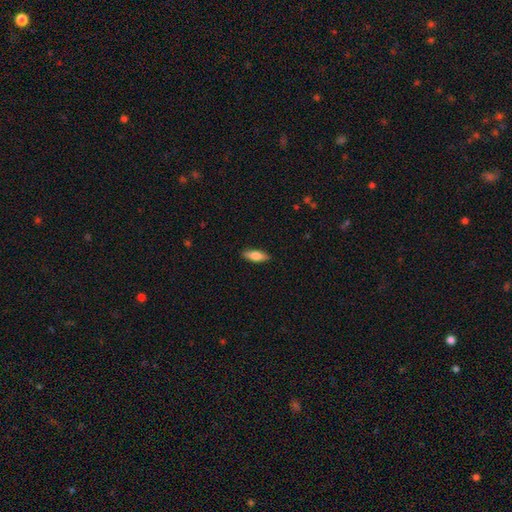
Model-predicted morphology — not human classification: This appears to be a smooth galaxy with no disk features (73%) that is in between round and cigar-shaped (62%). Merging: none (89%).